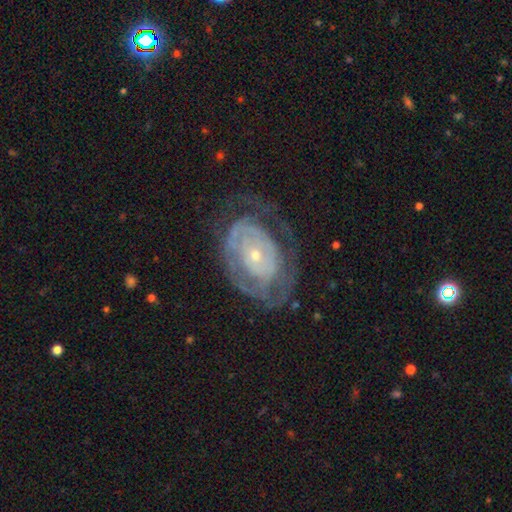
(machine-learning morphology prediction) Smooth or featured? featured or disk (78%)
Edge-on disk? no (95%)
Bar? no (79%)
Spiral arms? yes (71%)
Spiral winding? tight (69%)
Spiral arm count? can't tell (54%)
Bulge size? small (74%)
Merging? none (54%)